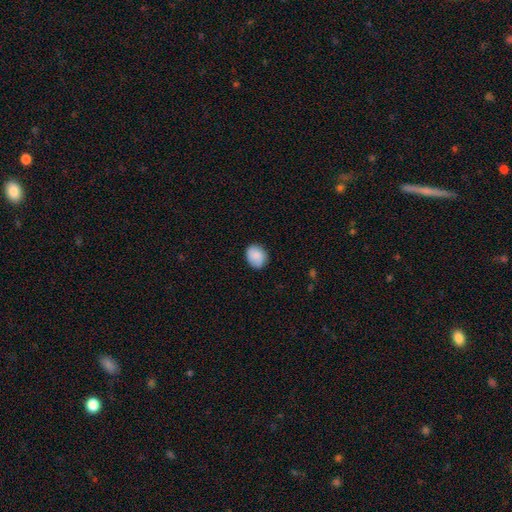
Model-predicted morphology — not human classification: type=smooth (85%); roundness=round (55%); merging=none (83%).